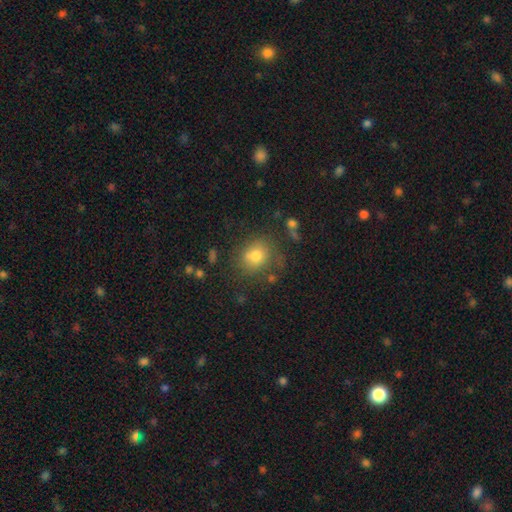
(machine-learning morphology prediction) The model was most divided on "how rounded": round: 72%, in between: 27%, cigar-shaped: 1%. More confident: smooth or featured — smooth (75%); merging — none (66%).